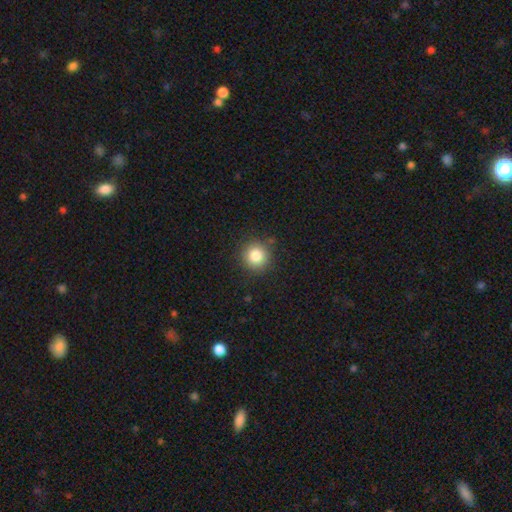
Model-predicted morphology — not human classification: Smooth or featured: smooth — 83% (star or artifact — 11%)
How rounded: round — 93% (in between — 6%)
Merging: none — 88% (minor disturbance — 8%)